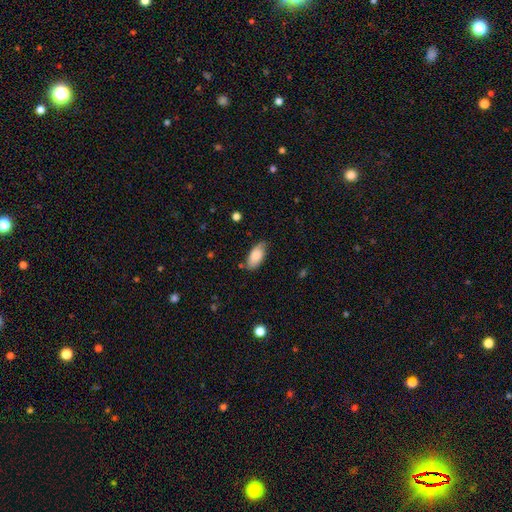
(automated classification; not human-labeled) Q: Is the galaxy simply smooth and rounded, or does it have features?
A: smooth — 84%.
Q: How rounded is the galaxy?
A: in between — 92%.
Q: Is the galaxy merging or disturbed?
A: none — 73%.